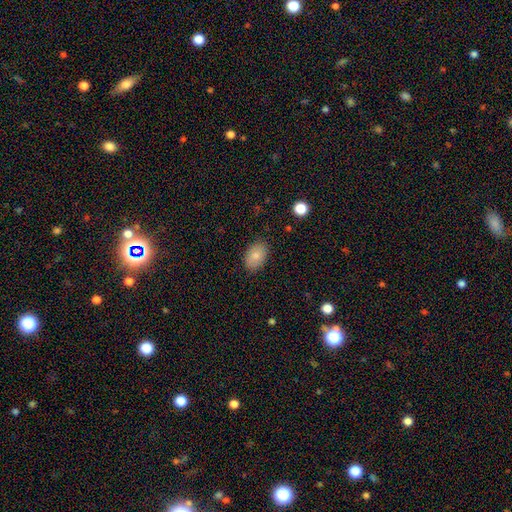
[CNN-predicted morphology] The model was most divided on "smooth or featured": smooth: 83%, featured or disk: 10%, star or artifact: 8%. More confident: how rounded — in between (87%); merging — none (85%).